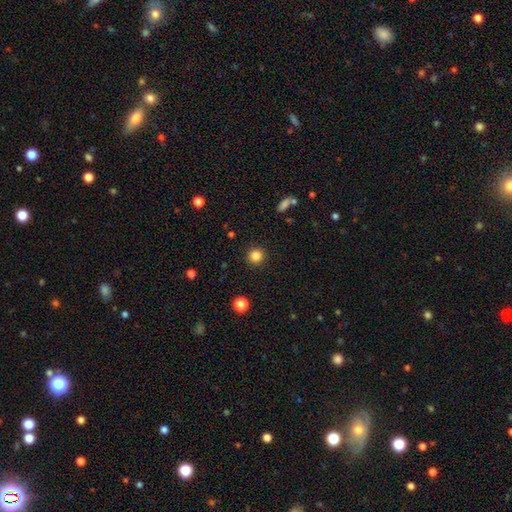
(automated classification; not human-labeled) Q: Smooth or featured?
A: smooth (84%); runner-up: star or artifact (12%)
Q: How rounded?
A: round (94%); runner-up: in between (5%)
Q: Merging?
A: none (92%); runner-up: minor disturbance (5%)